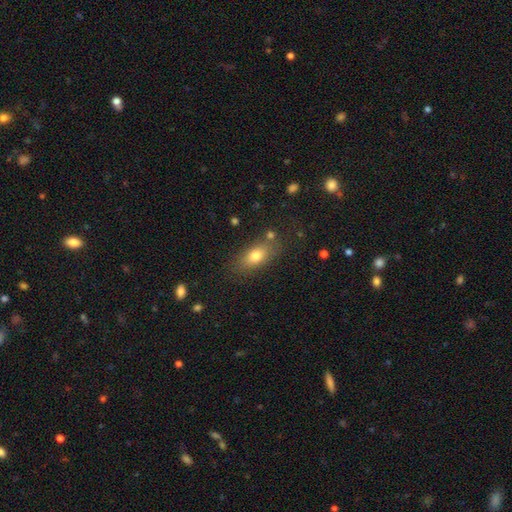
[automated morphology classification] Smooth or featured?
  - smooth: 76% *
  - featured or disk: 14%
  - star or artifact: 10%
How rounded?
  - in between: 80% *
  - cigar-shaped: 11%
  - round: 9%
Merging?
  - none: 77% *
  - minor disturbance: 13%
  - merger: 5%
  - major disturbance: 4%